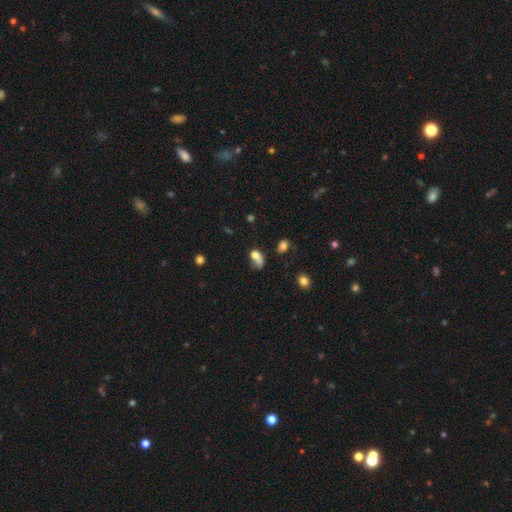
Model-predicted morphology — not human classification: Smooth or featured? Predicted: smooth (p=0.69). How rounded? Predicted: in between (p=0.66). Merging? Predicted: merger (p=0.38).